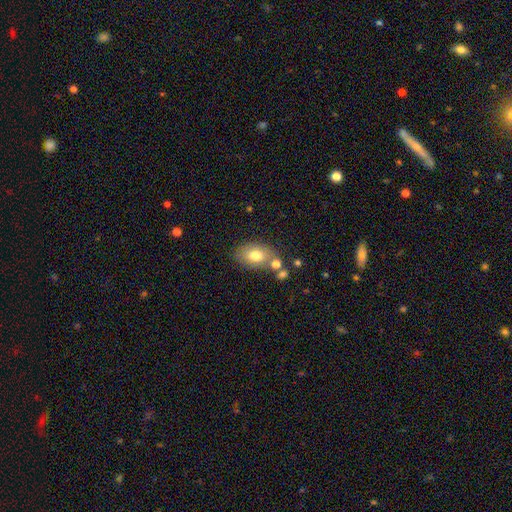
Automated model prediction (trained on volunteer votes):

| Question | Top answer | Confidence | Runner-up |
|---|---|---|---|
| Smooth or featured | smooth | 75% | featured or disk (16%) |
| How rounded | in between | 84% | round (14%) |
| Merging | none | 67% | minor disturbance (15%) |